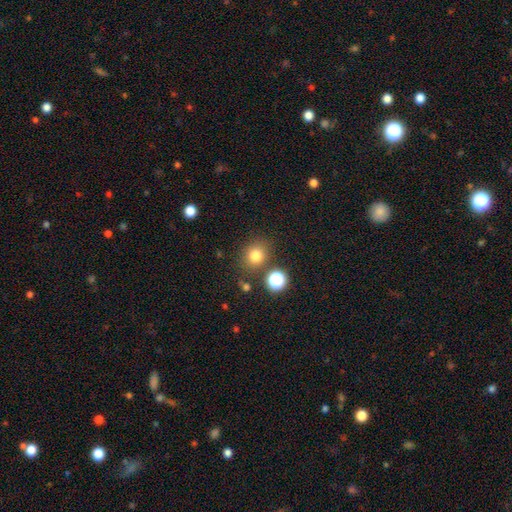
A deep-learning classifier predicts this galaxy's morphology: type=smooth (78%); roundness=round (73%); merging=none (79%).